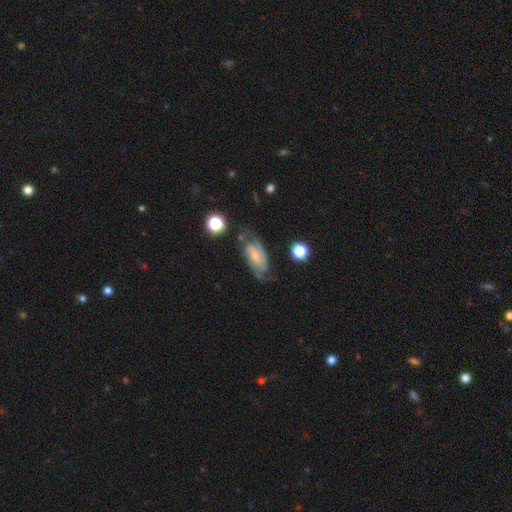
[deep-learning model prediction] Smooth or featured? featured or disk (79%)
Edge-on disk? no (95%)
Bar? weak (45%)
Spiral arms? yes (95%)
Spiral winding? medium (47%)
Spiral arm count? 2 (78%)
Bulge size? small (52%)
Merging? none (66%)